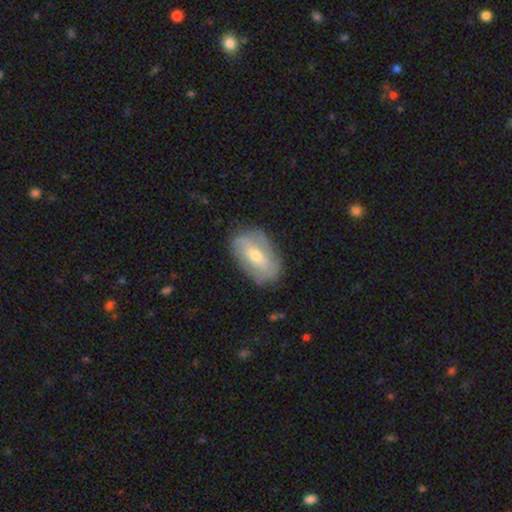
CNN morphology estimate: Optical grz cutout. It shows a featured or disk galaxy (57%) with no bar (47%), spiral arms (67%) and a moderate central bulge (51%). Merging: none (74%).